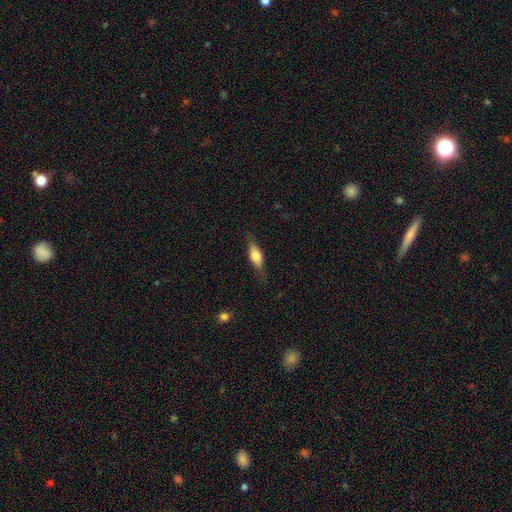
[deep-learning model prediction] Smooth or featured? smooth (62%)
How rounded? in between (59%)
Merging? none (79%)